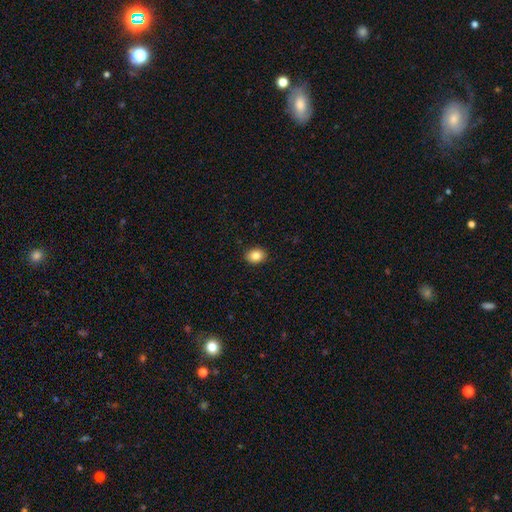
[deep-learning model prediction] Overall: smooth (85%). How rounded: in between (56%; round 43%). Merging: none (90%).